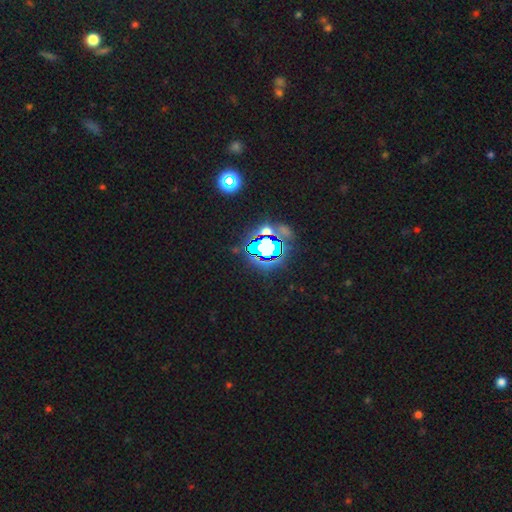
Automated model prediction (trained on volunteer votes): This appears to be a star or artifact, not a galaxy (74%).